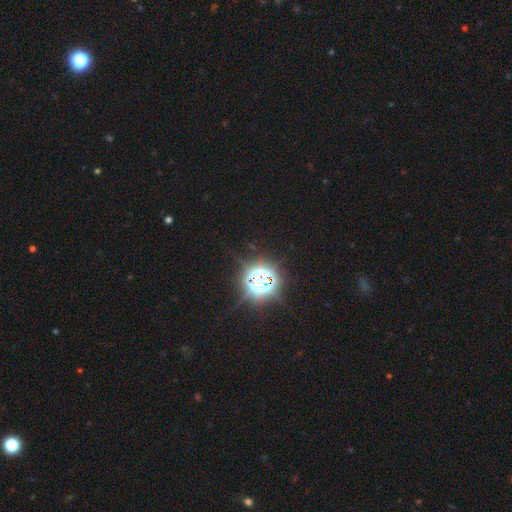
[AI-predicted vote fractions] Morphology: type=star or artifact (83%).